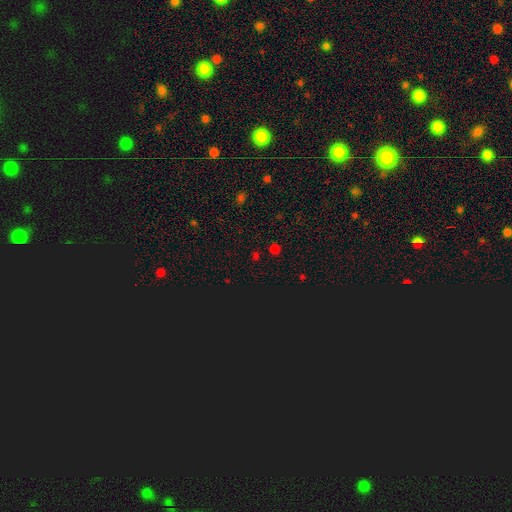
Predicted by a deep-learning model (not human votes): A star or artifact, not a galaxy (52%).

Vote fractions:
- Smooth or featured? star or artifact: 52% / smooth: 43% / featured or disk: 5%